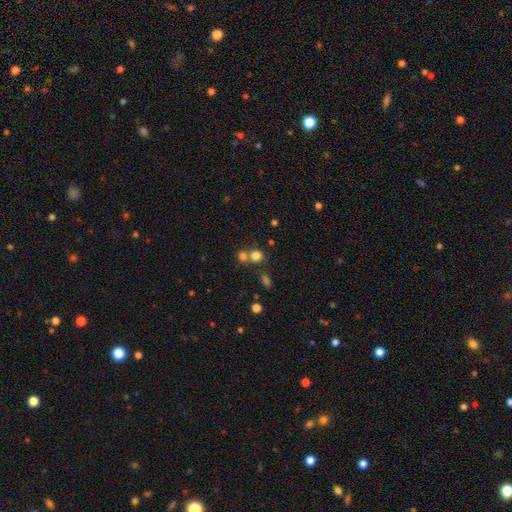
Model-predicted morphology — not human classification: Smooth or featured? Predicted: smooth (p=0.76). How rounded? Predicted: round (p=0.82). Merging? Predicted: none (p=0.52).